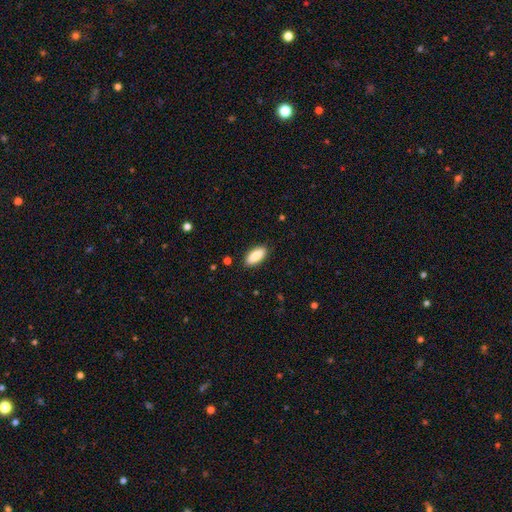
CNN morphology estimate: Smooth or featured? Predicted: smooth (p=0.89). How rounded? Predicted: in between (p=0.88). Merging? Predicted: none (p=0.89).